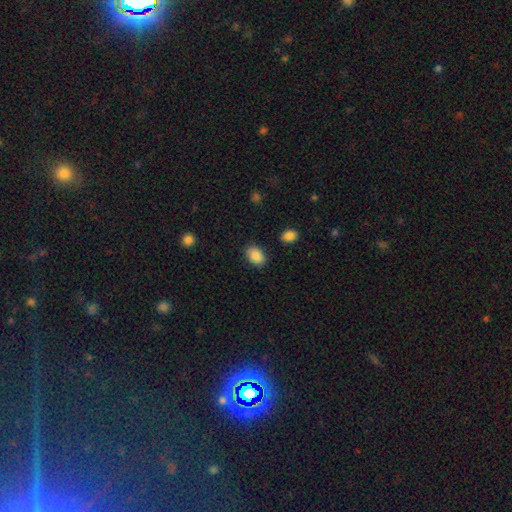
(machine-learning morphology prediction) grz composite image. It shows a smooth galaxy with no disk features (88%) that is in between round and cigar-shaped (83%). Merging: none (87%).